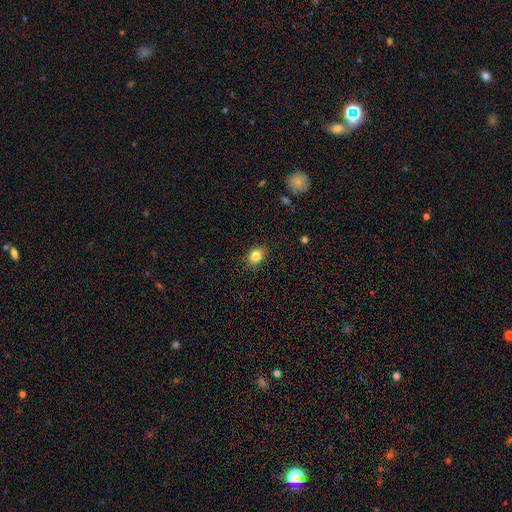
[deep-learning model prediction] smooth-or-featured: smooth: 83% | star or artifact: 11% | featured or disk: 6%
  how-rounded: round: 53% | in between: 46% | cigar-shaped: 1%
  merging: none: 85% | minor disturbance: 12% | major disturbance: 3% | merger: 1%